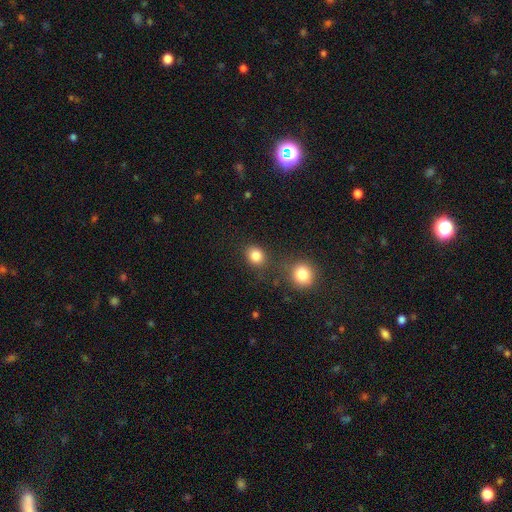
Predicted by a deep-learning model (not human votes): A smooth galaxy with no disk features (84%) that is round (66%). Merging: none (75%).